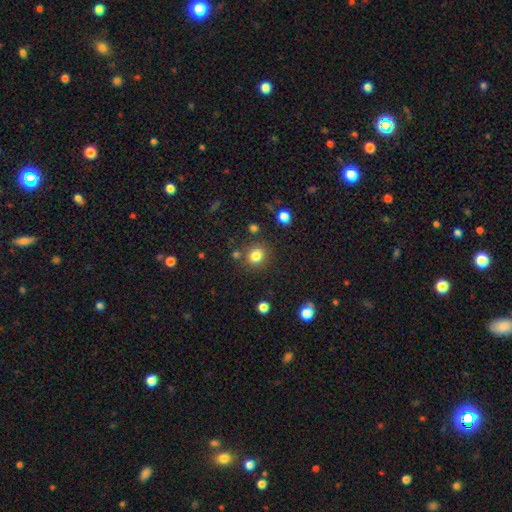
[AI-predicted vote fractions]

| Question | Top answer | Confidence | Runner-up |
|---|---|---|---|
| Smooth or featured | smooth | 81% | star or artifact (13%) |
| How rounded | round | 84% | in between (15%) |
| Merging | none | 82% | minor disturbance (9%) |